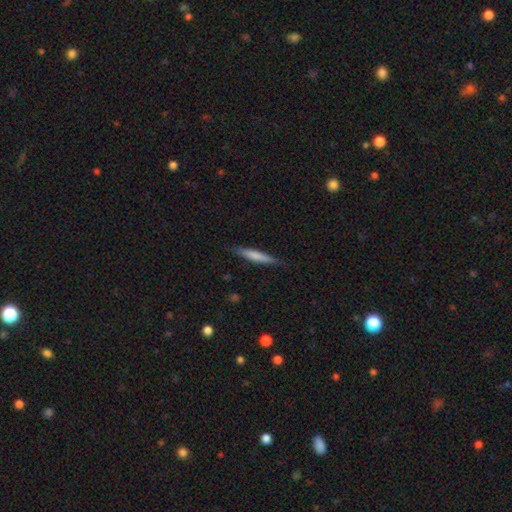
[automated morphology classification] Smooth or featured: smooth — 70% (featured or disk — 24%)
How rounded: cigar-shaped — 92% (in between — 7%)
Merging: none — 84% (minor disturbance — 13%)